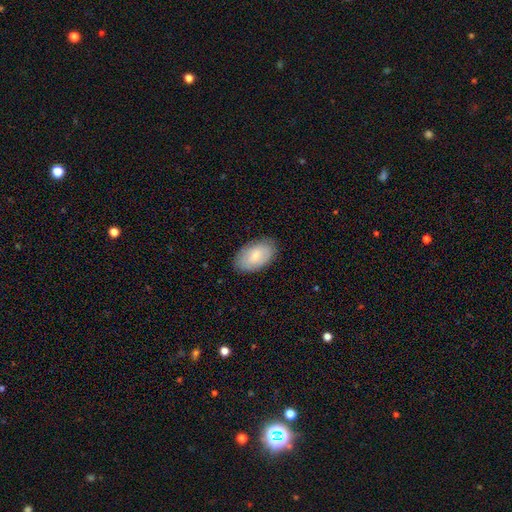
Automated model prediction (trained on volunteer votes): smooth-or-featured: smooth: 74% | featured or disk: 20% | star or artifact: 6%
  how-rounded: in between: 95% | round: 4% | cigar-shaped: 2%
  merging: none: 84% | minor disturbance: 12% | major disturbance: 3% | merger: 1%